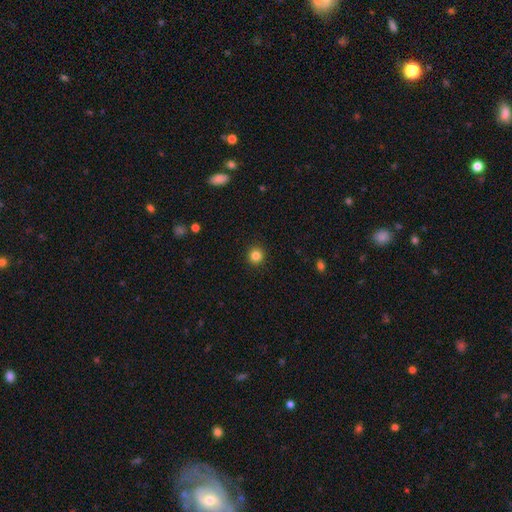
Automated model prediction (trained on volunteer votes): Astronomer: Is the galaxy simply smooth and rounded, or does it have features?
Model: smooth — 84%.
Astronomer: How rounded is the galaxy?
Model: round — 94%.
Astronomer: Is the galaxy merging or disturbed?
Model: none — 93%.